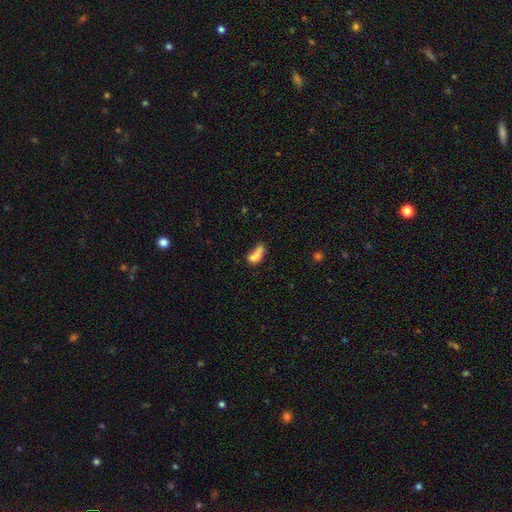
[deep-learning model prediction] The model was most divided on "merging": merger: 43%, none: 25%, minor disturbance: 16%, major disturbance: 15%. More confident: how rounded — in between (70%); smooth or featured — smooth (70%).